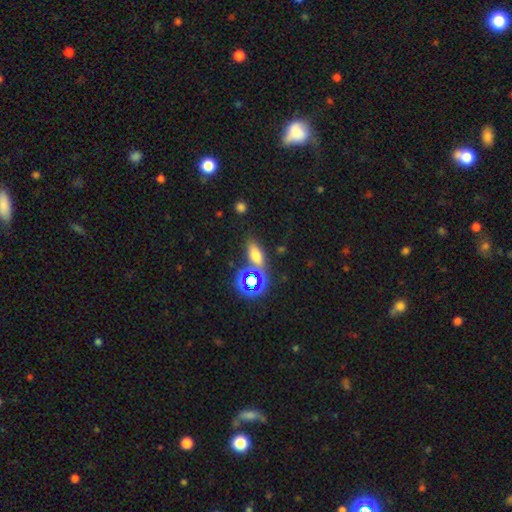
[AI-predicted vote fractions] Overall: smooth (60%; star or artifact 26%). How rounded: in between (71%). Merging: none (66%).